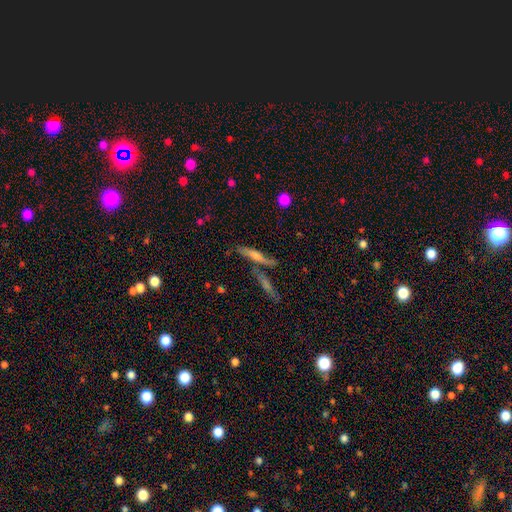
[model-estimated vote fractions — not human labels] Q: Smooth or featured?
A: featured or disk (50%); runner-up: smooth (40%)
Q: Merging?
A: none (56%); runner-up: merger (22%)